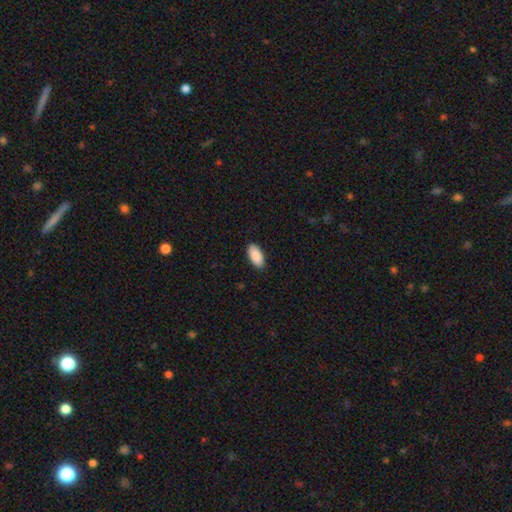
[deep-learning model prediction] The model was most divided on "merging": none: 90%, minor disturbance: 8%, major disturbance: 2%, merger: 1%. More confident: how rounded — in between (92%); smooth or featured — smooth (91%).